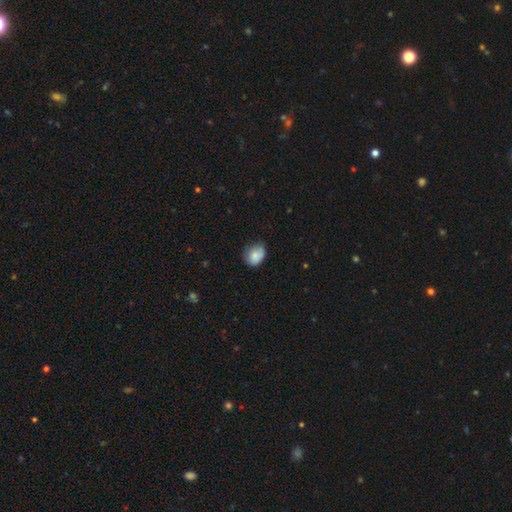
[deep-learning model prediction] Smooth or featured? Predicted: smooth (p=0.79). How rounded? Predicted: in between (p=0.53). Merging? Predicted: none (p=0.58).